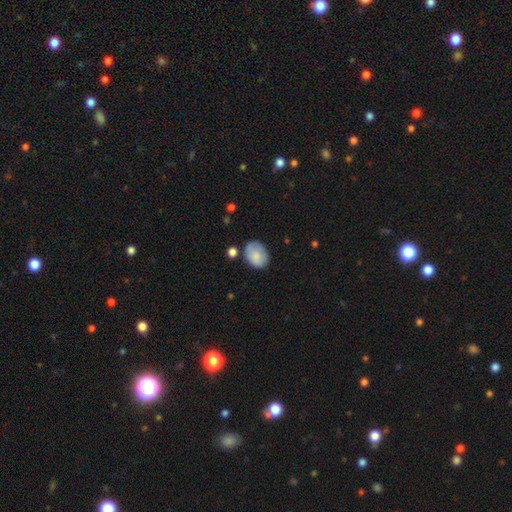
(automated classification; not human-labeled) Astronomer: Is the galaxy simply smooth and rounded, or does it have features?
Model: smooth — 81%.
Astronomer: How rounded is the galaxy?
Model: in between — 71%.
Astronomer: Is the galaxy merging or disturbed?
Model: none — 65%.